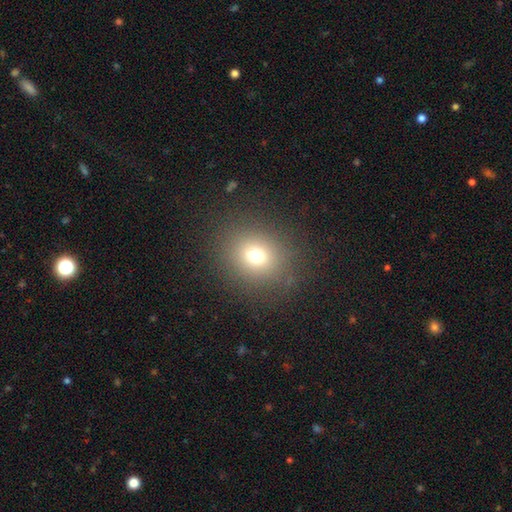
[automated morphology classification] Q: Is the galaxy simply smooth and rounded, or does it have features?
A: smooth — 71%.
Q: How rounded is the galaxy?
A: round — 74%.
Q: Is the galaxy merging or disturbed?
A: none — 85%.